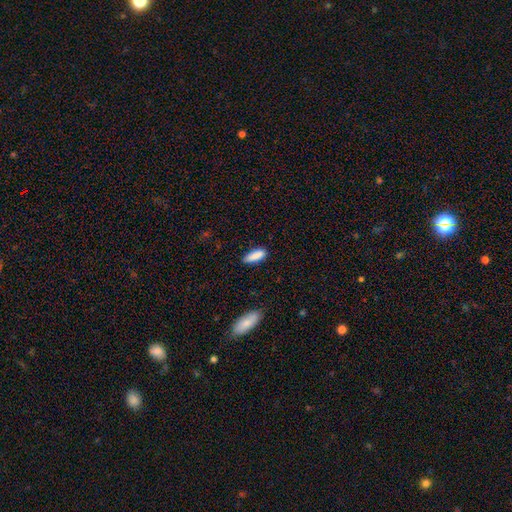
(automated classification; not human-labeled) The model was most divided on "how rounded": in between: 62%, cigar-shaped: 36%, round: 2%. More confident: smooth or featured — smooth (88%); merging — none (79%).